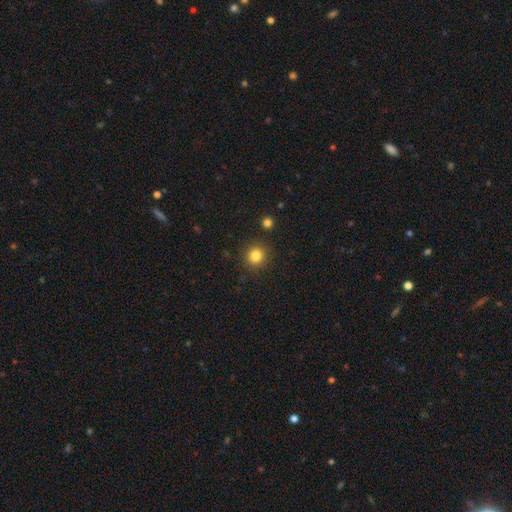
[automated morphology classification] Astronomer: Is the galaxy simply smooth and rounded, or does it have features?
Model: smooth — 83%.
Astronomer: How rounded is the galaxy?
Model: round — 92%.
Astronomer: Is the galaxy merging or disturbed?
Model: none — 89%.